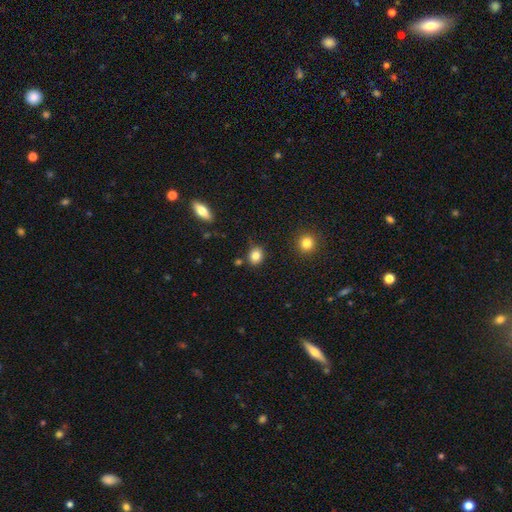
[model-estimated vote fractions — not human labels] smooth 83%, star or artifact 10%, featured or disk 6%. Down the decision tree: how rounded — round (65%); merging — none (81%).